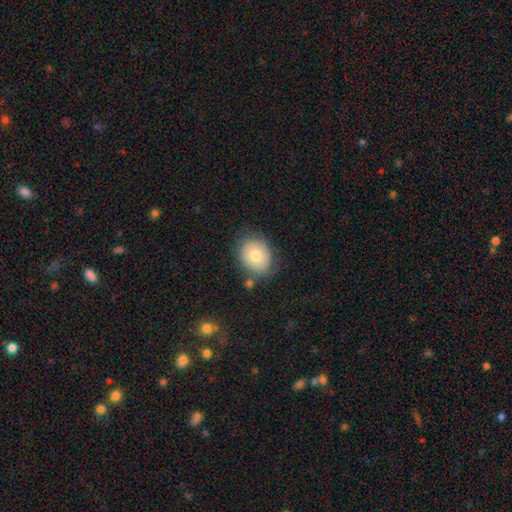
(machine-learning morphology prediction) smooth-or-featured: smooth: 73% | featured or disk: 19% | star or artifact: 8%
  how-rounded: round: 59% | in between: 40% | cigar-shaped: 1%
  merging: none: 72% | minor disturbance: 19% | major disturbance: 6% | merger: 4%